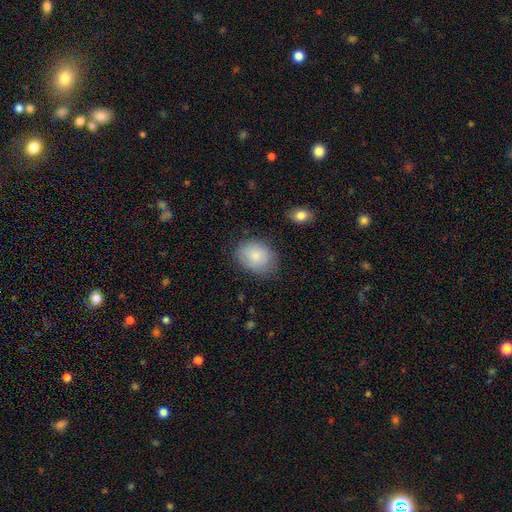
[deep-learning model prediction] Smooth or featured? smooth (83%)
How rounded? in between (61%)
Merging? none (75%)